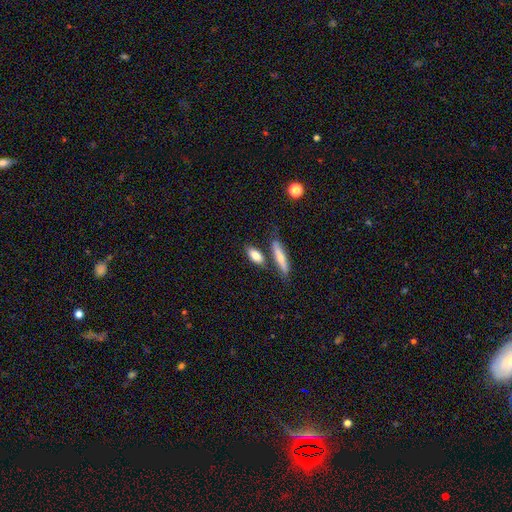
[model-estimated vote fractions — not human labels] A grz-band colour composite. It shows a smooth galaxy with no disk features (81%) that is in between round and cigar-shaped (66%). Merging: none (66%).